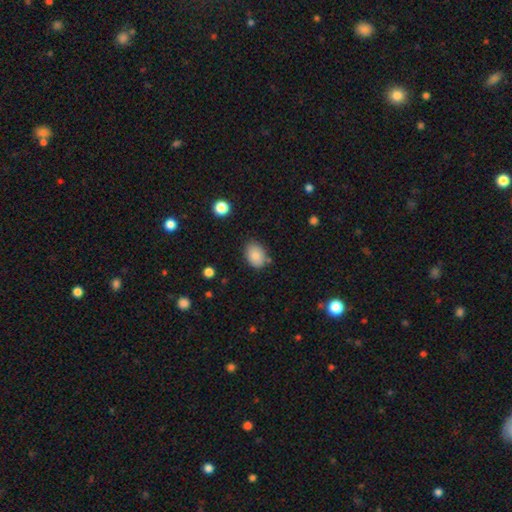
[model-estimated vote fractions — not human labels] A smooth galaxy with no disk features (84%) that is in between round and cigar-shaped (76%). Merging: none (77%).